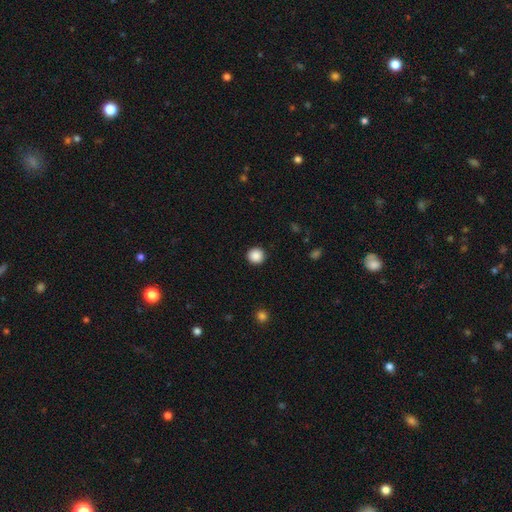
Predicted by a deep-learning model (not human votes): A smooth galaxy with no disk features (88%) that is round (95%). Merging: none (92%).